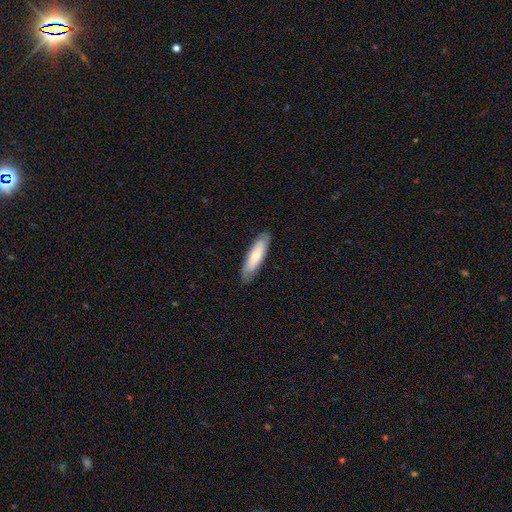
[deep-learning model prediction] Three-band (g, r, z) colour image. It shows a smooth galaxy with no disk features (67%) that is cigar-shaped (65%). Merging: none (86%).